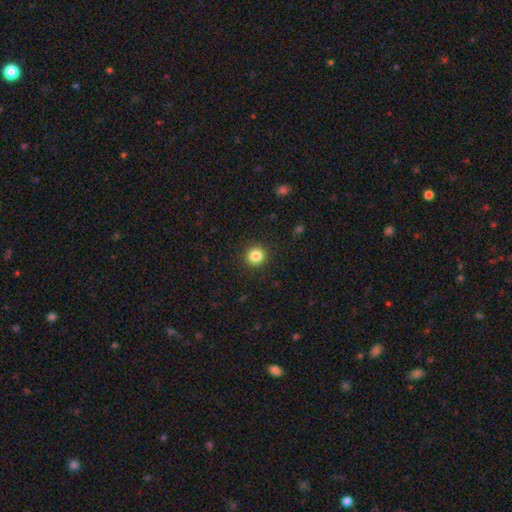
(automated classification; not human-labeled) smooth-or-featured: smooth: 84% | star or artifact: 11% | featured or disk: 5%
  how-rounded: round: 91% | in between: 8% | cigar-shaped: 1%
  merging: none: 91% | minor disturbance: 6% | major disturbance: 2% | merger: 1%